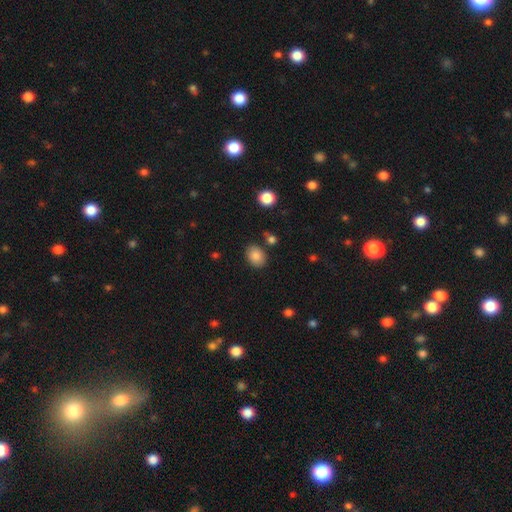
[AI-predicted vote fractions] The model was most divided on "how rounded": in between: 62%, round: 37%, cigar-shaped: 1%. More confident: smooth or featured — smooth (86%); merging — none (83%).